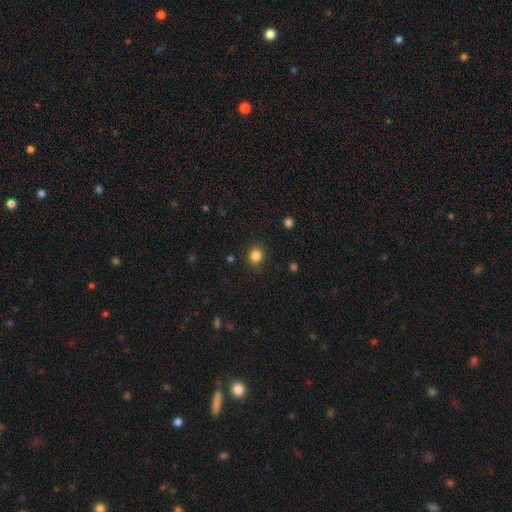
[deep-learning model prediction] This is clearly a smooth galaxy (84%). How rounded: likely round (80%). Merging: clearly none (87%).